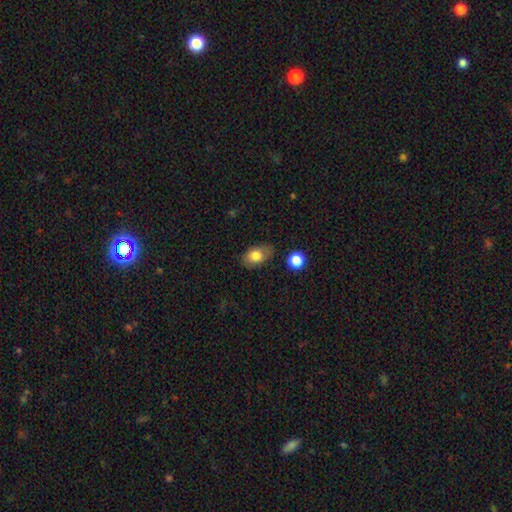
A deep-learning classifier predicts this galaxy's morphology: A smooth galaxy with no disk features (79%) that is in between round and cigar-shaped (86%).

Vote fractions:
- Smooth or featured? smooth: 79% / featured or disk: 14% / star or artifact: 8%
- How rounded? in between: 86% / round: 13% / cigar-shaped: 2%
- Merging? none: 77% / minor disturbance: 16% / major disturbance: 4% / merger: 3%